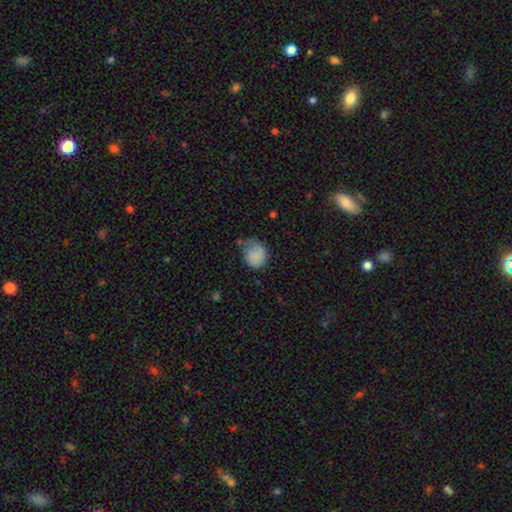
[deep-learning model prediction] Q: Smooth or featured?
A: smooth (74%); runner-up: featured or disk (19%)
Q: How rounded?
A: round (65%); runner-up: in between (34%)
Q: Merging?
A: none (38%); runner-up: minor disturbance (35%)